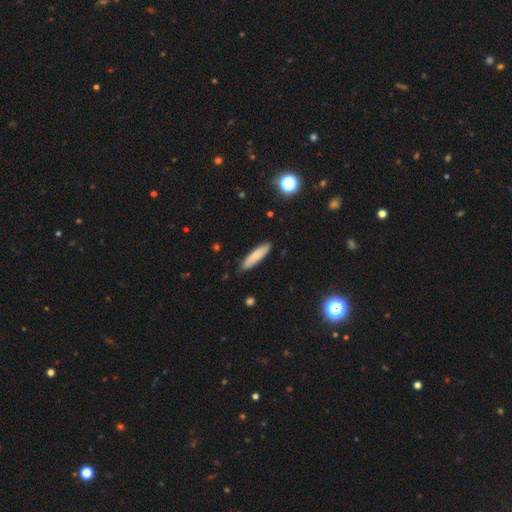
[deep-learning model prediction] A smooth galaxy with no disk features (77%) that is cigar-shaped (76%). Merging: none (88%).